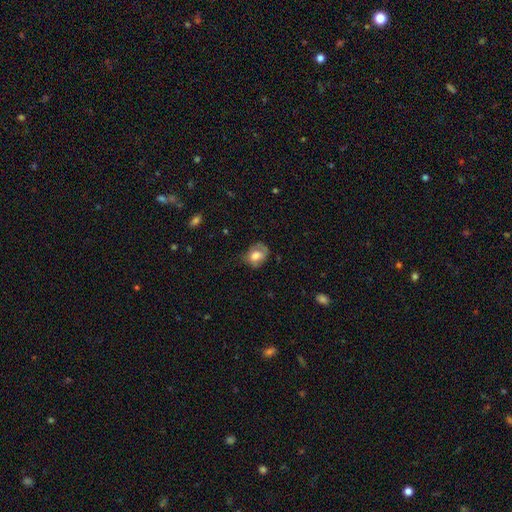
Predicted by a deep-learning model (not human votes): Q: Smooth or featured?
A: smooth (63%); runner-up: featured or disk (28%)
Q: How rounded?
A: in between (53%); runner-up: round (46%)
Q: Merging?
A: none (52%); runner-up: minor disturbance (31%)